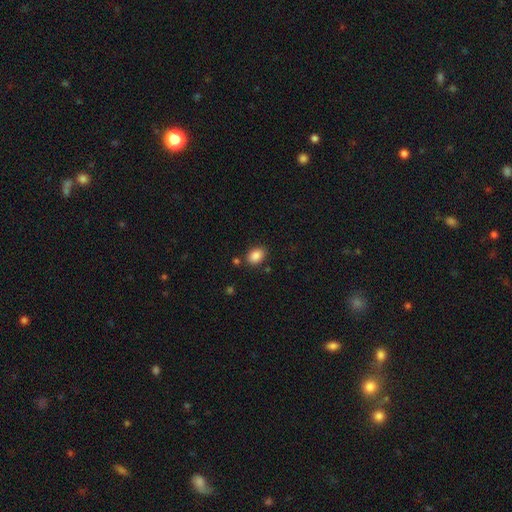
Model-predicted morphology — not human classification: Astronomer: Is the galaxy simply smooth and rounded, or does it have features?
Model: smooth — 87%.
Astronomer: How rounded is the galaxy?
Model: in between — 73%.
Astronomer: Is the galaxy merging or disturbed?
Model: none — 82%.